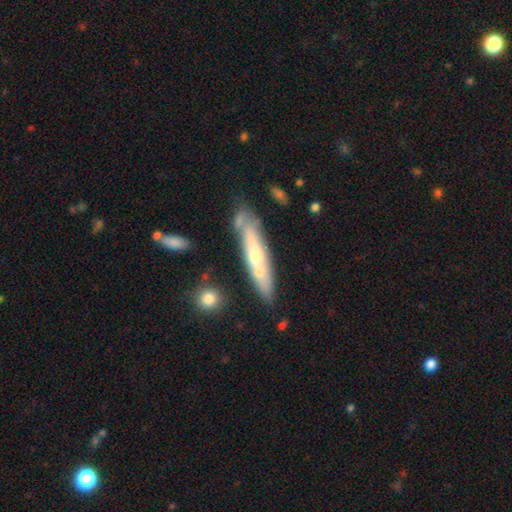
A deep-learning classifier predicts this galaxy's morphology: type=featured or disk (51%); edge-on=yes (63%); merging=none (63%).